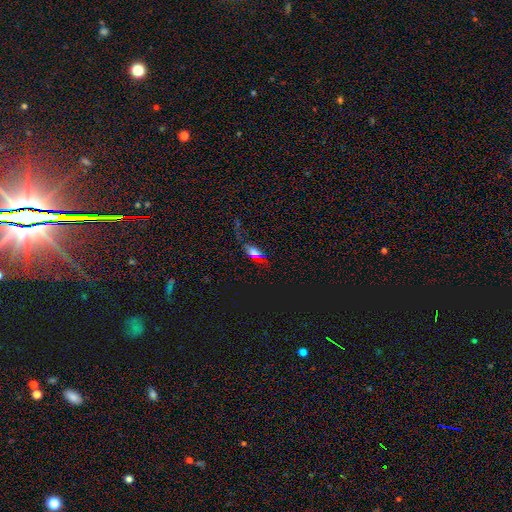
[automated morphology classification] Smooth or featured? Predicted: smooth (p=0.56). How rounded? Predicted: in between (p=0.73). Merging? Predicted: none (p=0.63).